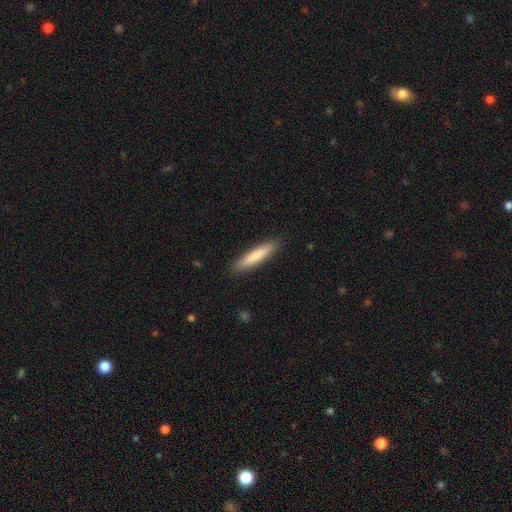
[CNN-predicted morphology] smooth 79%, featured or disk 16%, star or artifact 5%. Down the decision tree: how rounded — cigar-shaped (87%); merging — none (90%).